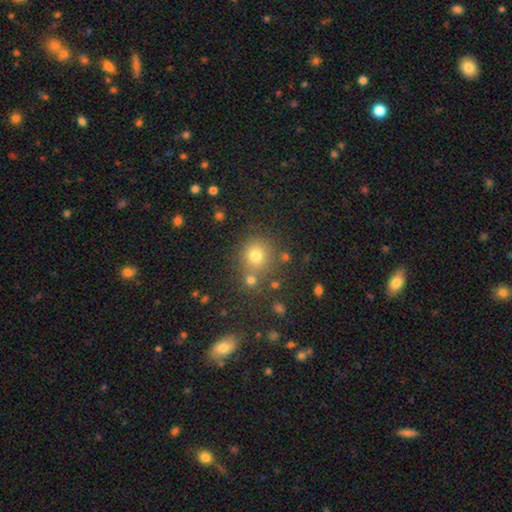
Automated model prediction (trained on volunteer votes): smooth 74%, star or artifact 18%, featured or disk 8%. Down the decision tree: how rounded — round (88%); merging — none (71%).